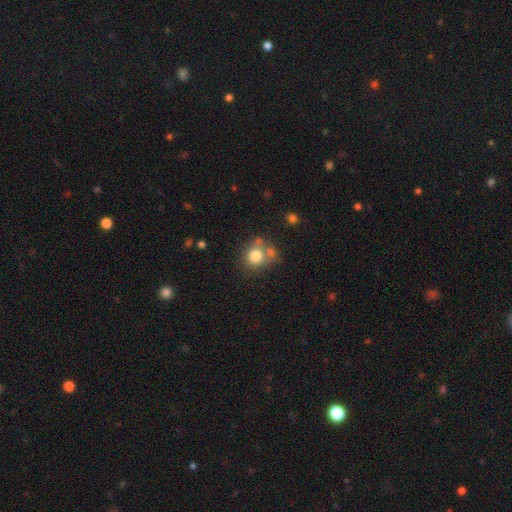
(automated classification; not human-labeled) Smooth or featured?
  - smooth: 78% *
  - featured or disk: 11%
  - star or artifact: 11%
How rounded?
  - round: 82% *
  - in between: 17%
  - cigar-shaped: 1%
Merging?
  - none: 56% *
  - merger: 22%
  - minor disturbance: 15%
  - major disturbance: 6%